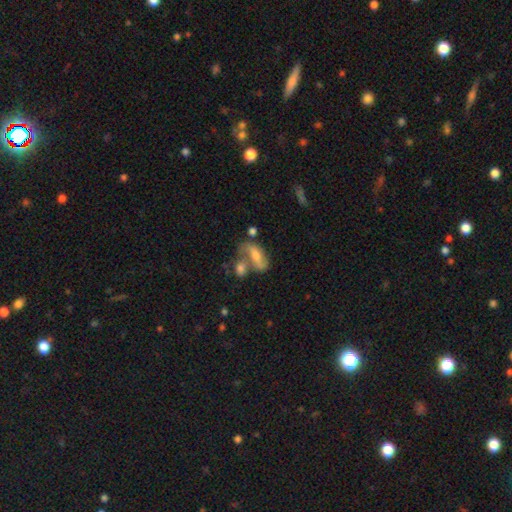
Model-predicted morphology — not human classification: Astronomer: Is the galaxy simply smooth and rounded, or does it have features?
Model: featured or disk — 46% (runner-up: smooth, 43%).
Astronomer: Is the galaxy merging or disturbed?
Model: merger — 40% (runner-up: none, 35%).